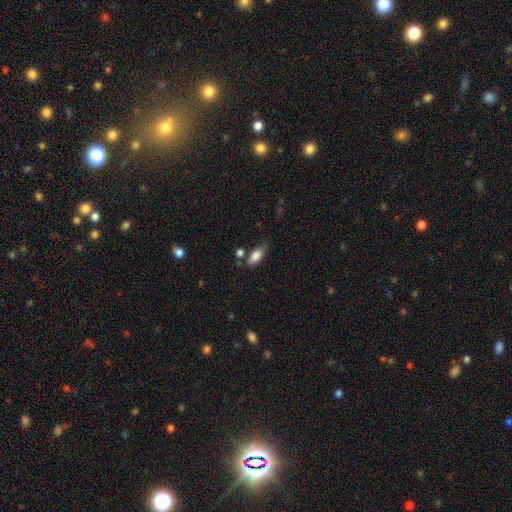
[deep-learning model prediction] Smooth or featured? Predicted: smooth (p=0.84). How rounded? Predicted: in between (p=0.86). Merging? Predicted: none (p=0.63).